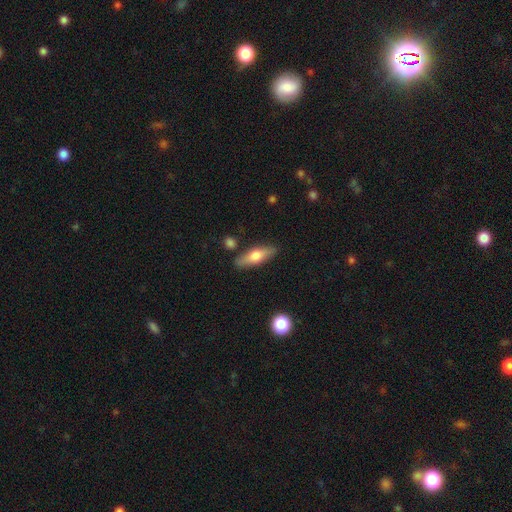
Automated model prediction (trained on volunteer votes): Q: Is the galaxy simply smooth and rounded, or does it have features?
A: smooth — 57%.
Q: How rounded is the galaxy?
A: in between — 51%.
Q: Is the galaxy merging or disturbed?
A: none — 84%.